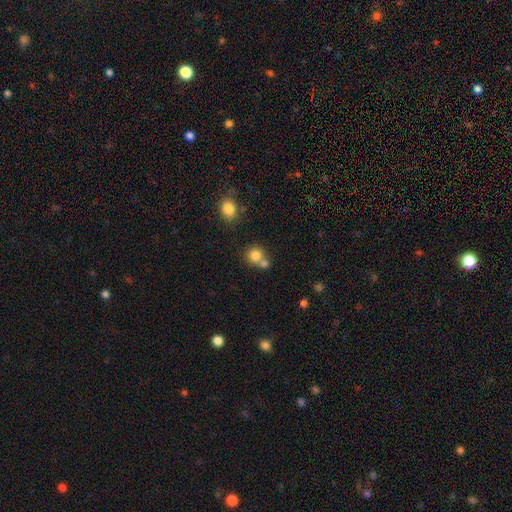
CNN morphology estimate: The model was most divided on "merging": none: 52%, merger: 38%, minor disturbance: 7%, major disturbance: 3%. More confident: how rounded — round (88%); smooth or featured — smooth (80%).